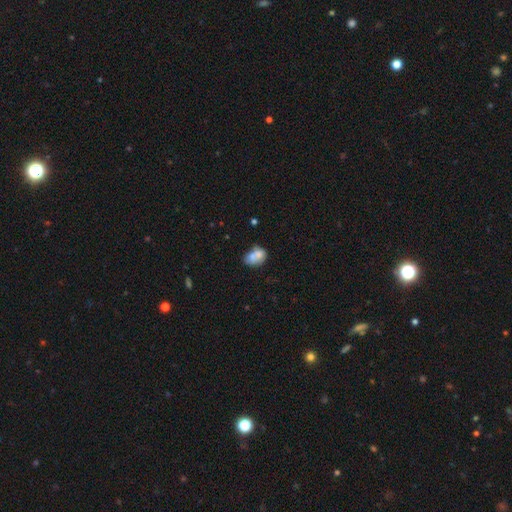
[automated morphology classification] smooth_or_featured: smooth (p=0.68) [alt: featured or disk p=0.24]
how_rounded: in between (p=0.67) [alt: round p=0.32]
merging: merger (p=0.49) [alt: none p=0.29]